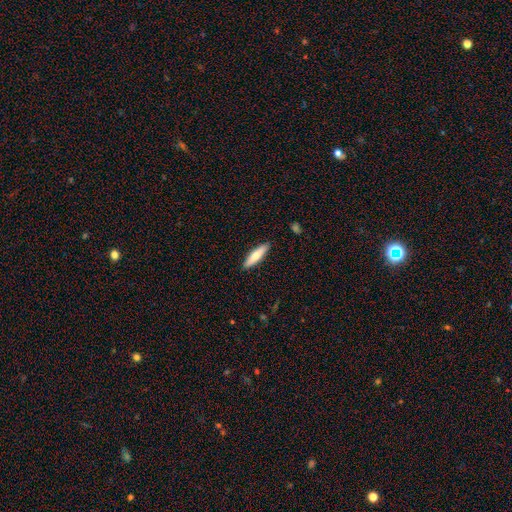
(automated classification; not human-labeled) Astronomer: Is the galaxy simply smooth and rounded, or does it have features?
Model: smooth — 67%.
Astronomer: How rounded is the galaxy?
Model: cigar-shaped — 75%.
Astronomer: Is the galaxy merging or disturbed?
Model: none — 90%.